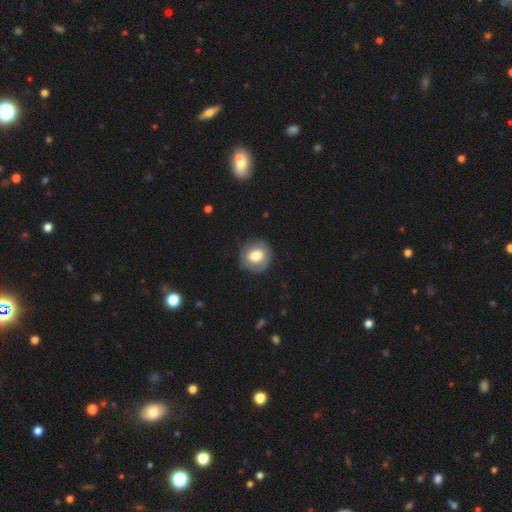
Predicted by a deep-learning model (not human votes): smooth_or_featured: smooth (p=0.68) [alt: featured or disk p=0.25]
how_rounded: round (p=0.87) [alt: in between p=0.13]
merging: none (p=0.79) [alt: minor disturbance p=0.15]